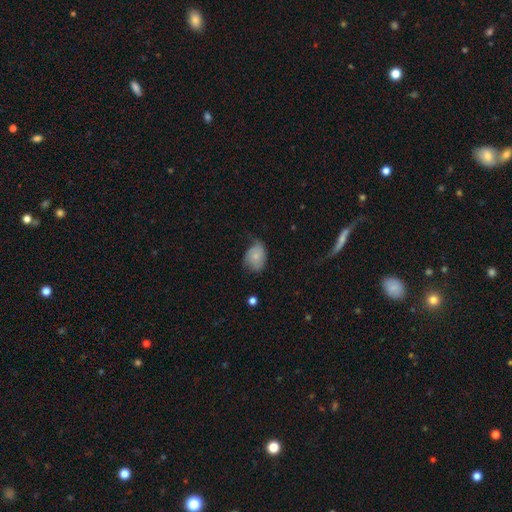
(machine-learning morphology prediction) A smooth galaxy with no disk features (65%) that is in between round and cigar-shaped (66%). Merging: minor disturbance (40%).